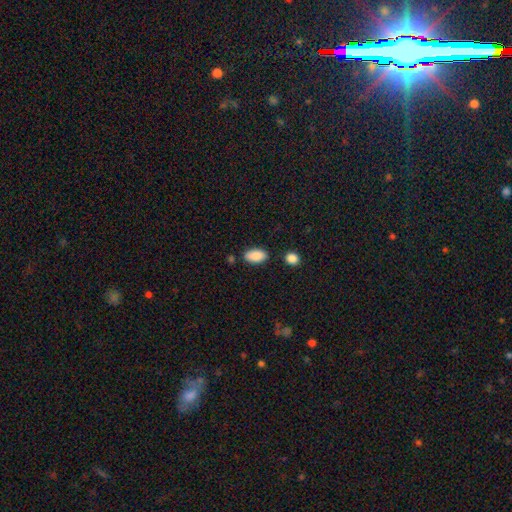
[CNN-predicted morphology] The model was most divided on "merging": none: 81%, minor disturbance: 12%, merger: 5%, major disturbance: 3%. More confident: how rounded — in between (94%); smooth or featured — smooth (88%).